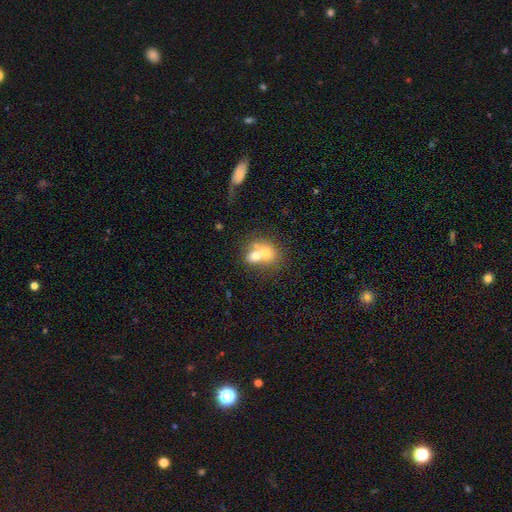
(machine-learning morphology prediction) The model was most divided on "how rounded": round: 59%, in between: 40%, cigar-shaped: 1%. More confident: merging — merger (68%); smooth or featured — smooth (62%).